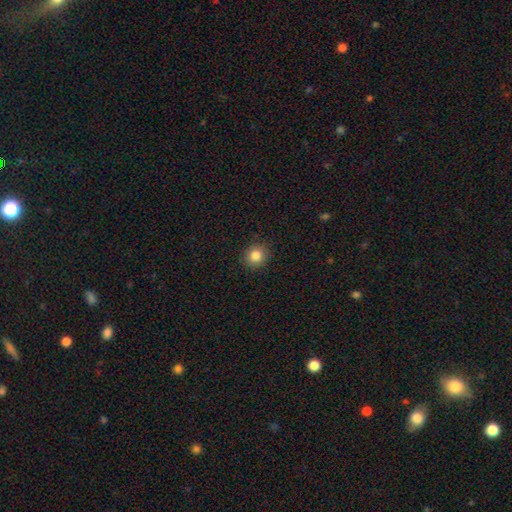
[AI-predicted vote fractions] Overall: smooth (84%). How rounded: round (88%). Merging: none (90%).